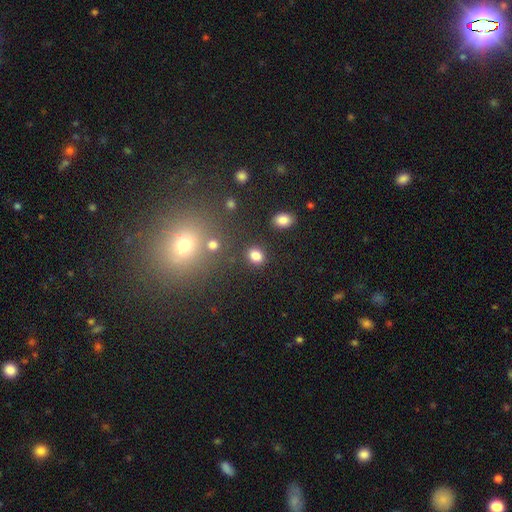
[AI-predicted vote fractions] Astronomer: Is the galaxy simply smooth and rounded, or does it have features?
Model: smooth — 83%.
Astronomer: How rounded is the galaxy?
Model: round — 57% (runner-up: in between, 41%).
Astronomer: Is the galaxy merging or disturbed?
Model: none — 84%.